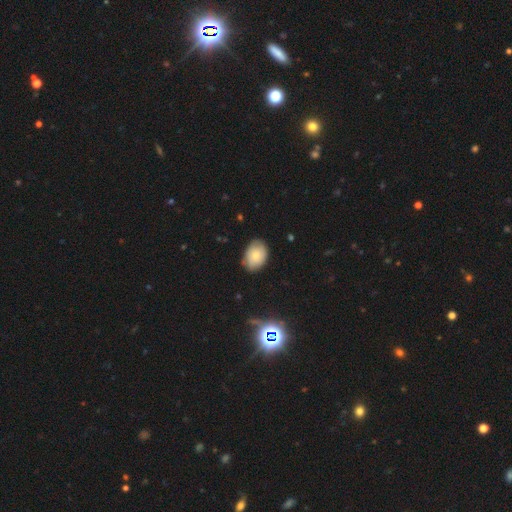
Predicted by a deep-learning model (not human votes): Morphology: type=smooth (68%); roundness=in between (76%); merging=none (77%).